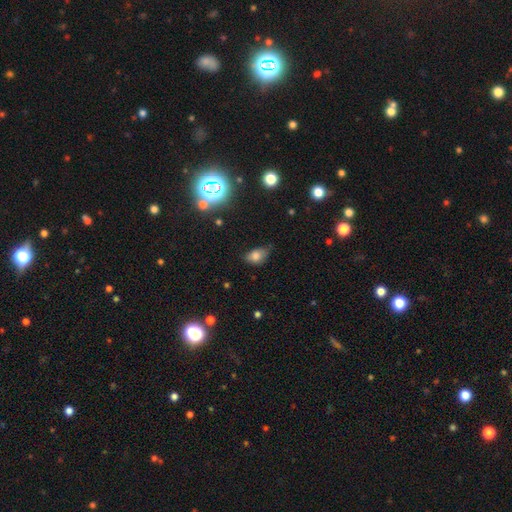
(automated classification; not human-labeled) Smooth or featured?
  - smooth: 74% *
  - star or artifact: 15%
  - featured or disk: 11%
How rounded?
  - in between: 83% *
  - round: 15%
  - cigar-shaped: 2%
Merging?
  - none: 51% *
  - minor disturbance: 37%
  - major disturbance: 10%
  - merger: 2%